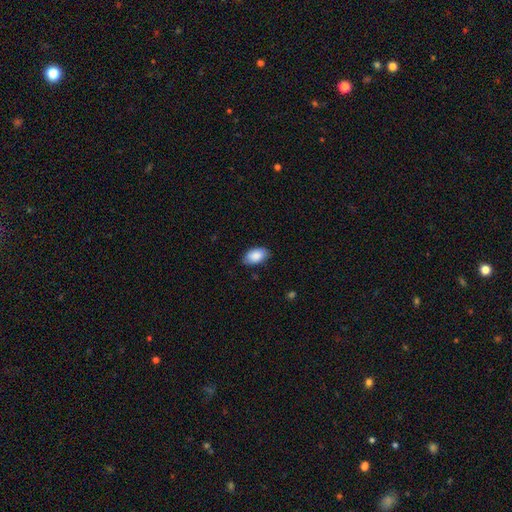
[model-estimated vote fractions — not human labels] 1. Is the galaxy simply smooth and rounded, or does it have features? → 88% smooth, 6% star or artifact, 6% featured or disk.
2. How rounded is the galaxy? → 94% in between, 5% round, 2% cigar-shaped.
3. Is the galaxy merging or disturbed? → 81% none, 15% minor disturbance, 3% major disturbance, 1% merger.